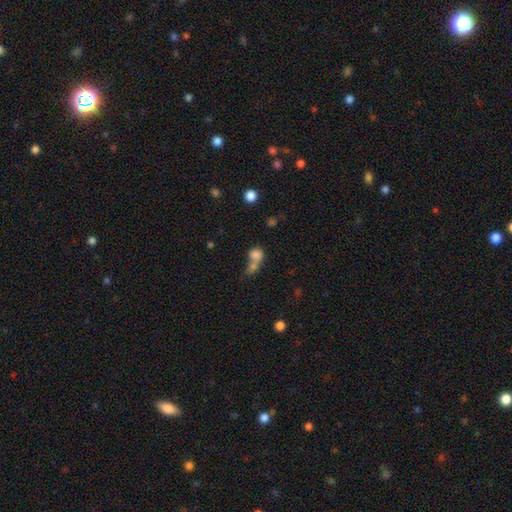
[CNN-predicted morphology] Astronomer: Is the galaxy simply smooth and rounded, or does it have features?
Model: smooth — 78%.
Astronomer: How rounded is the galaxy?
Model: round — 53% (runner-up: in between, 44%).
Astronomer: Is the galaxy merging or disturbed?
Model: merger — 67%.